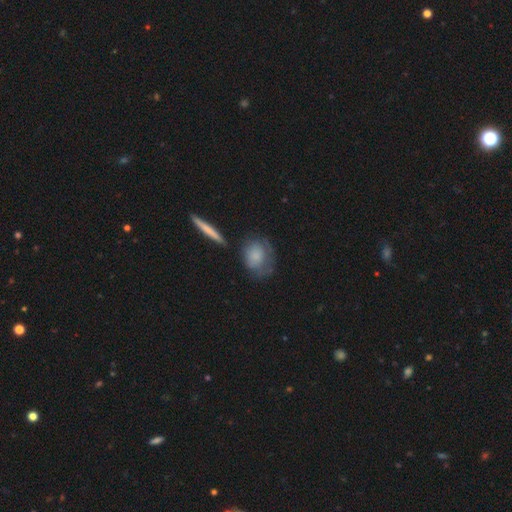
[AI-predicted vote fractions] A smooth galaxy with no disk features (73%) that is round (54%).

Vote fractions:
- Smooth or featured? smooth: 73% / featured or disk: 20% / star or artifact: 7%
- How rounded? round: 54% / in between: 42% / cigar-shaped: 4%
- Merging? none: 56% / minor disturbance: 25% / major disturbance: 14% / merger: 5%